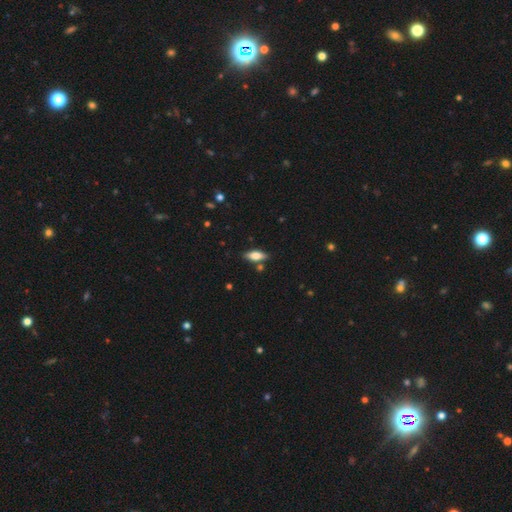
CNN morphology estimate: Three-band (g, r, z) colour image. It shows a smooth galaxy with no disk features (62%) that is in between round and cigar-shaped (68%). Merging: none (81%).